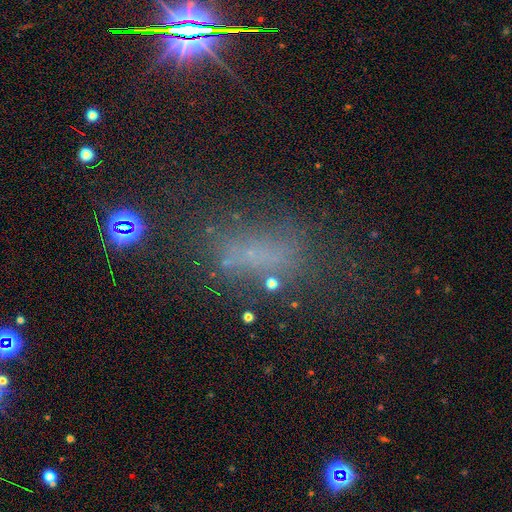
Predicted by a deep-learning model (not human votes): Smooth or featured: smooth — 44% (star or artifact — 32%)
Merging: none — 51% (major disturbance — 22%)